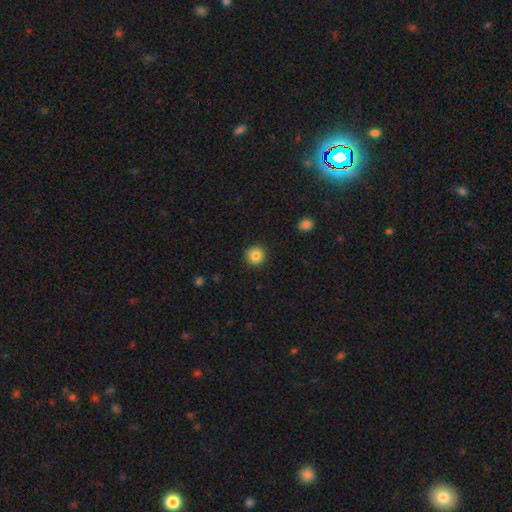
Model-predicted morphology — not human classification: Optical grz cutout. It shows a smooth galaxy with no disk features (84%) that is round (93%). Merging: none (90%).